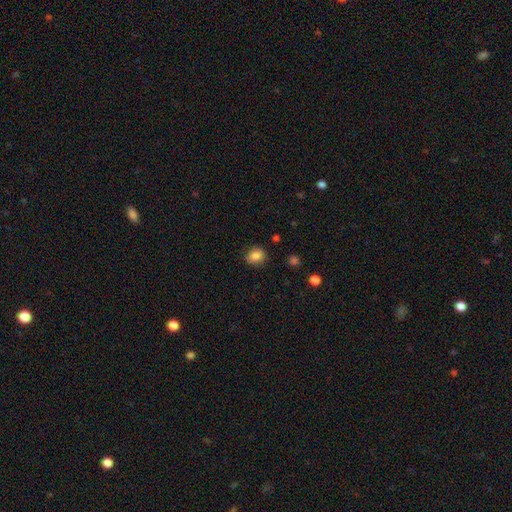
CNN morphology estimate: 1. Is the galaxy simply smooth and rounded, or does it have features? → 84% smooth, 10% star or artifact, 7% featured or disk.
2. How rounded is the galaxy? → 64% round, 35% in between, 1% cigar-shaped.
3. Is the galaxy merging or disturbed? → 85% none, 11% minor disturbance, 2% major disturbance, 1% merger.